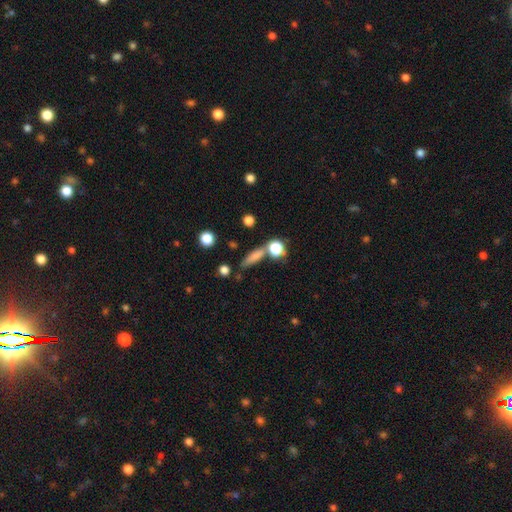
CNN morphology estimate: Overall: smooth (71%). How rounded: cigar-shaped (57%; in between 30%). Merging: none (66%).